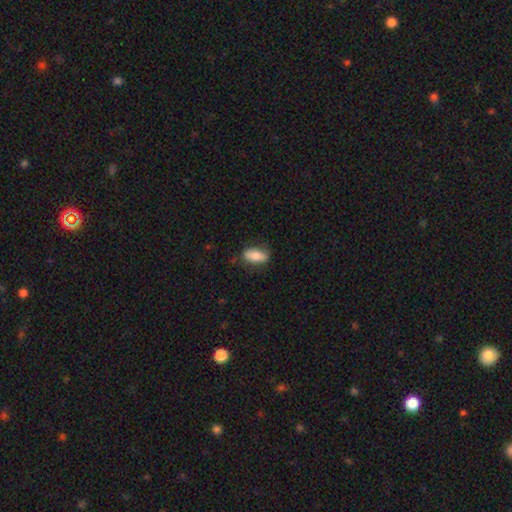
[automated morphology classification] The model was most divided on "merging": none: 77%, minor disturbance: 18%, major disturbance: 4%, merger: 1%. More confident: how rounded — in between (81%); smooth or featured — smooth (78%).